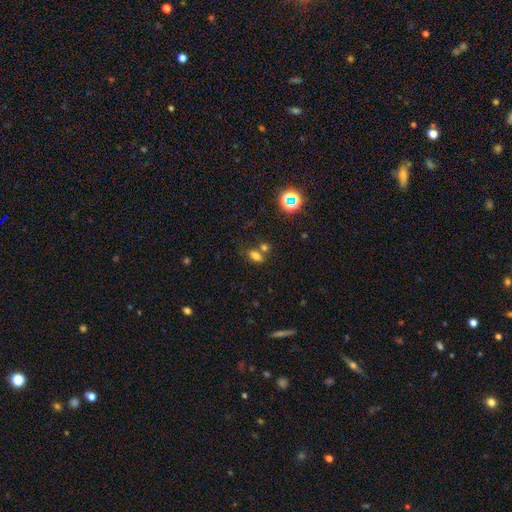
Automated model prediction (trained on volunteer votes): Overall: smooth (72%). How rounded: in between (82%). Merging: none (54%; merger 30%).